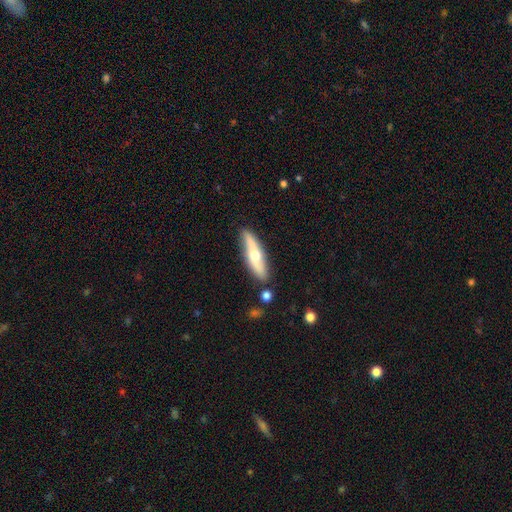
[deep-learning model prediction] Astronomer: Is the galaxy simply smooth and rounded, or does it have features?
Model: featured or disk — 52% (runner-up: smooth, 42%).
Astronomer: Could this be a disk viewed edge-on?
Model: yes — 61% (runner-up: no, 39%).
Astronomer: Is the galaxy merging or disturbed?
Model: none — 83%.